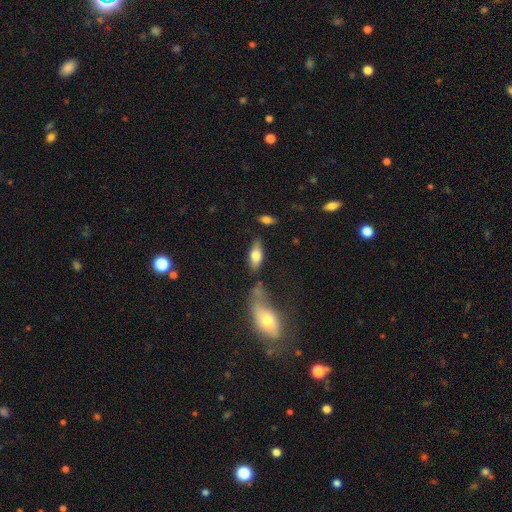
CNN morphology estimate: Smooth or featured? Predicted: smooth (p=0.66). How rounded? Predicted: in between (p=0.80). Merging? Predicted: none (p=0.69).